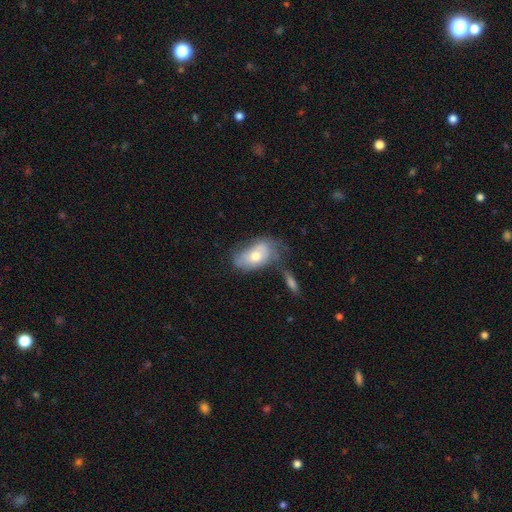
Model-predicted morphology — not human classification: Smooth or featured?
  - smooth: 62% *
  - featured or disk: 32%
  - star or artifact: 7%
How rounded?
  - in between: 91% *
  - round: 7%
  - cigar-shaped: 3%
Merging?
  - none: 43% *
  - minor disturbance: 28%
  - major disturbance: 15%
  - merger: 14%